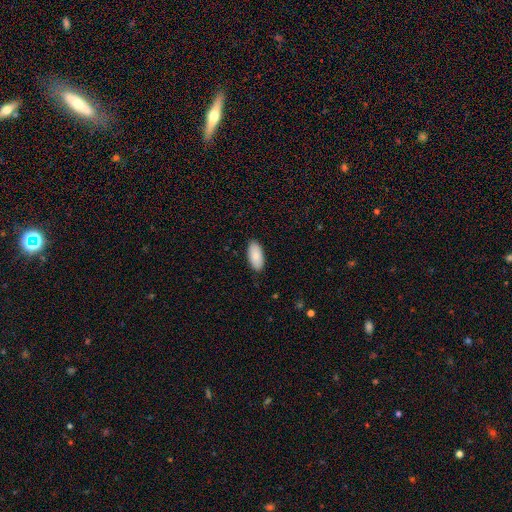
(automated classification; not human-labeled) Morphology: type=smooth (88%); roundness=in between (93%); merging=none (89%).